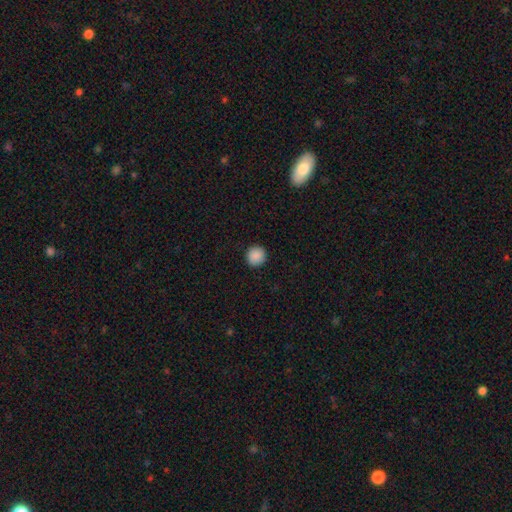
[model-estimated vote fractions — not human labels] A smooth galaxy with no disk features (89%) that is round (93%). Merging: none (92%).